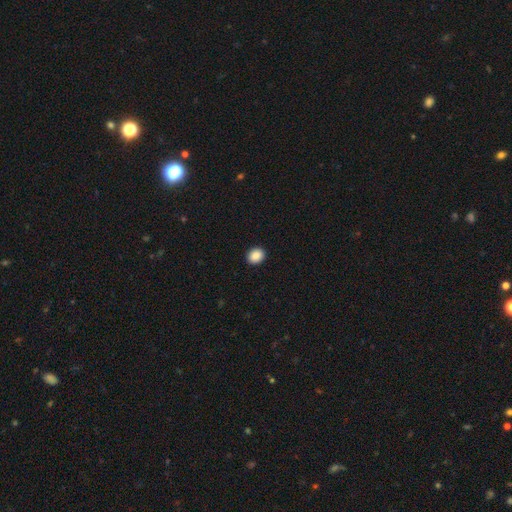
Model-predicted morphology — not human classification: smooth 89%, star or artifact 8%, featured or disk 3%. Down the decision tree: how rounded — round (62%); merging — none (92%).